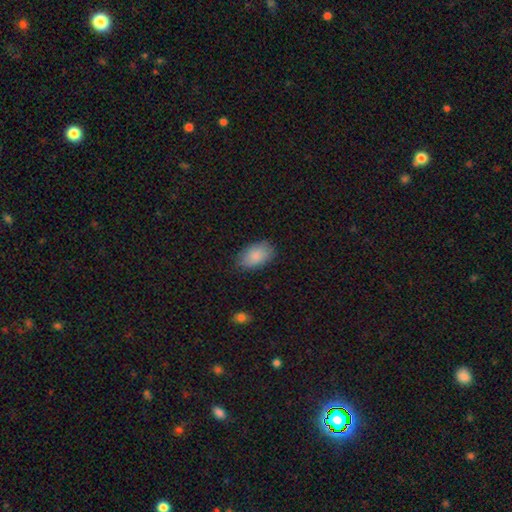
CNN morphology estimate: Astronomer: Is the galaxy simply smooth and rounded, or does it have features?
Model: smooth — 87%.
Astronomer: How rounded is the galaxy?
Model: in between — 93%.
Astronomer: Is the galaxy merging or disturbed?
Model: none — 81%.